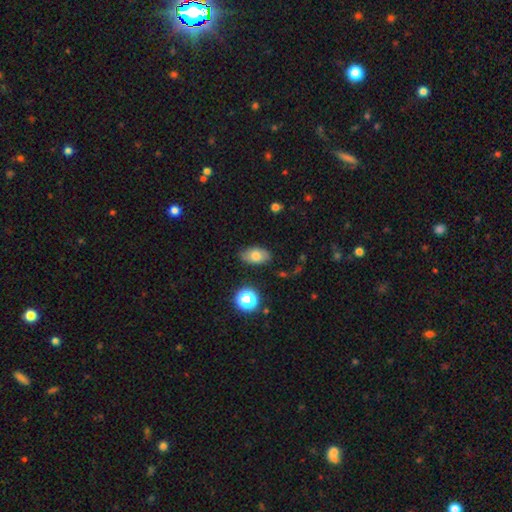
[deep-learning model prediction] Smooth or featured? Predicted: smooth (p=0.74). How rounded? Predicted: in between (p=0.90). Merging? Predicted: none (p=0.82).